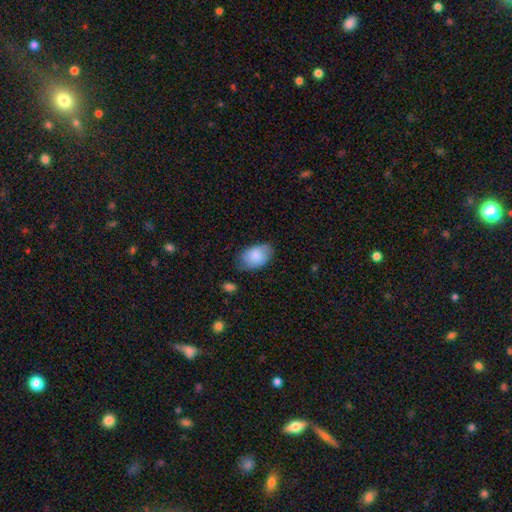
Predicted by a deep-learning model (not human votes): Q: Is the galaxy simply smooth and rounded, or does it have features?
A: smooth — 84%.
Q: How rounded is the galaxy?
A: in between — 90%.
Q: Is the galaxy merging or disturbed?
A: none — 67%.